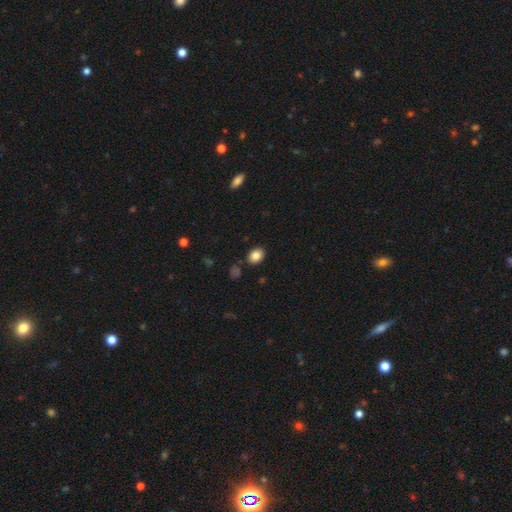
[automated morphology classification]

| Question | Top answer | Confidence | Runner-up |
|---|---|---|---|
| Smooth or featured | smooth | 85% | star or artifact (9%) |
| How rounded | in between | 60% | round (39%) |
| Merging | none | 86% | minor disturbance (9%) |